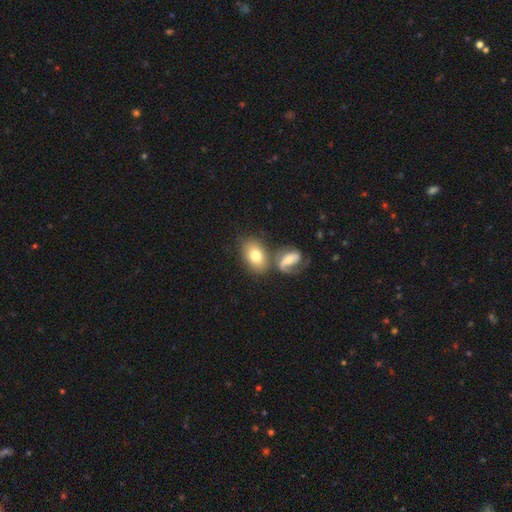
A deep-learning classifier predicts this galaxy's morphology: smooth_or_featured: smooth (p=0.71) [alt: featured or disk p=0.22]
how_rounded: in between (p=0.85) [alt: round p=0.13]
merging: none (p=0.50) [alt: merger p=0.31]